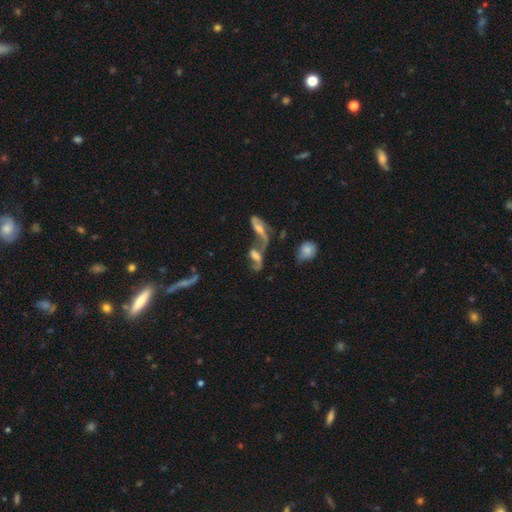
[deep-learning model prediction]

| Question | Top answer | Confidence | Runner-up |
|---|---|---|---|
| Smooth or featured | featured or disk | 56% | smooth (30%) |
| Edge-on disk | no | 88% | yes (12%) |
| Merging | merger | 64% | none (14%) |